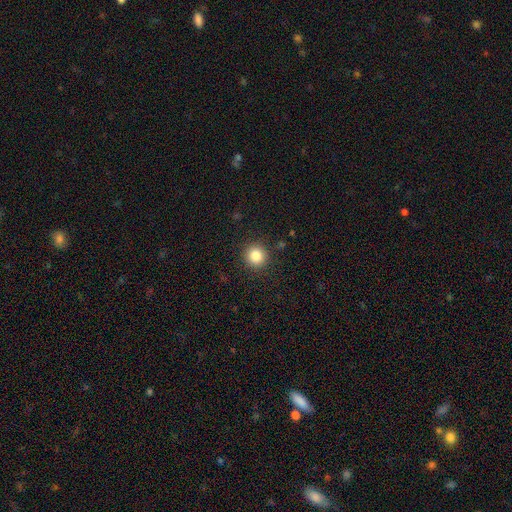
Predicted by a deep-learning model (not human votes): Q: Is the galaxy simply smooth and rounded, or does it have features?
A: smooth — 84%.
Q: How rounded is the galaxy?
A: round — 93%.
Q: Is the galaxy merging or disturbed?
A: none — 91%.